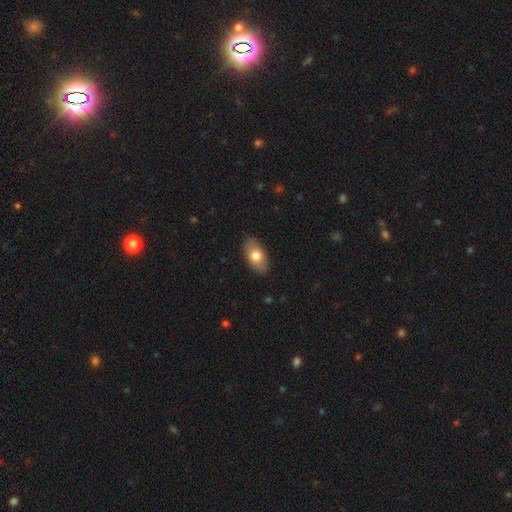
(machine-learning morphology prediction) This is likely a smooth galaxy (75%). How rounded: clearly in between (92%). Merging: clearly none (87%).